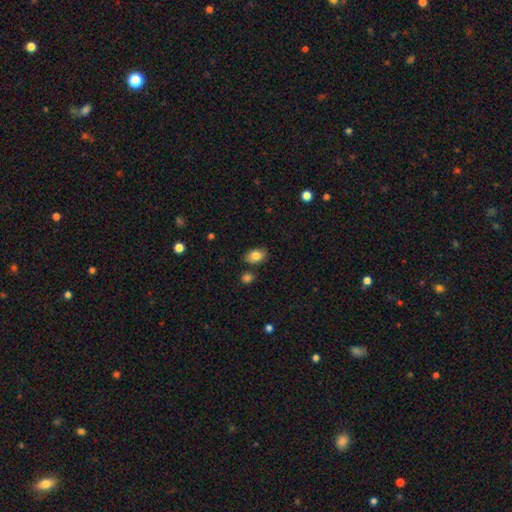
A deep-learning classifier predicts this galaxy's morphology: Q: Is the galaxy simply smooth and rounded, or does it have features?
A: smooth — 82%.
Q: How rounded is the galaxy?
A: in between — 82%.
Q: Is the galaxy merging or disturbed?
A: none — 80%.